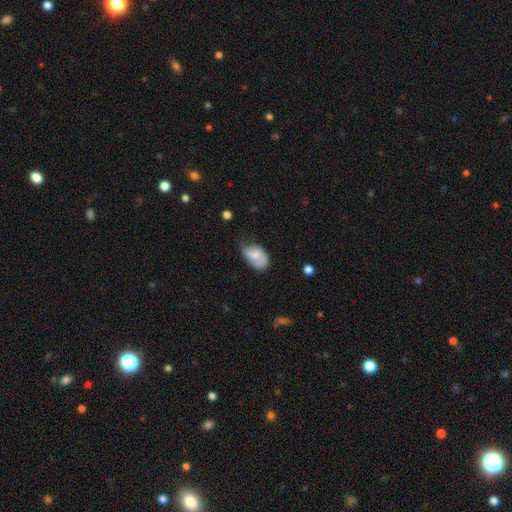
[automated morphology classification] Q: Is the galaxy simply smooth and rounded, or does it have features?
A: smooth — 67%.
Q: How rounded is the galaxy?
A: in between — 88%.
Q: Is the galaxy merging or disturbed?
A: minor disturbance — 44%.